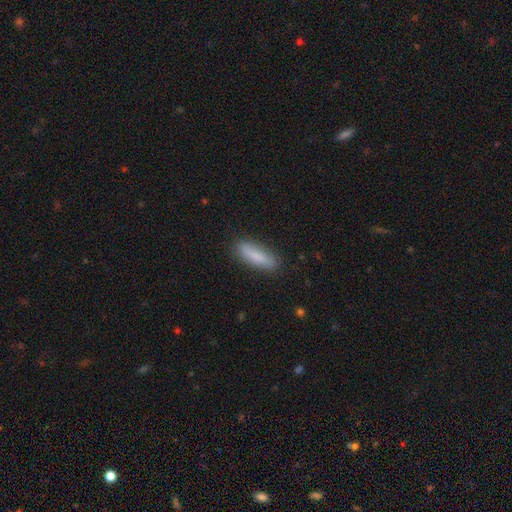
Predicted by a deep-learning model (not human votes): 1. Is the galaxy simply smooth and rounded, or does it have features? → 83% smooth, 11% featured or disk, 6% star or artifact.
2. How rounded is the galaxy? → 58% cigar-shaped, 41% in between, 2% round.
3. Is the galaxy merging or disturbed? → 84% none, 12% minor disturbance, 3% major disturbance, 1% merger.